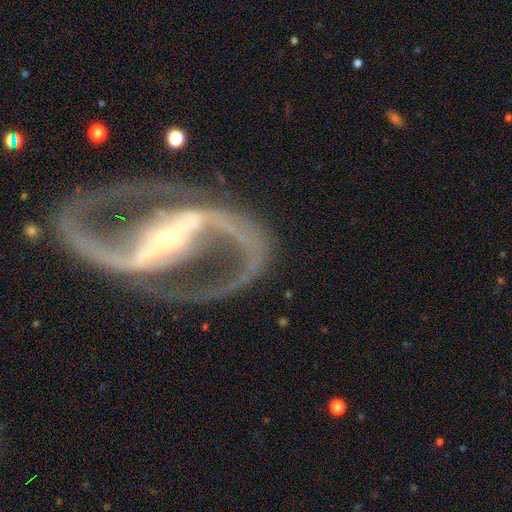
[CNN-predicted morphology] A featured or disk galaxy (93%) with a strong bar (78%), 2 (94%) medium (57%) spiral arms (96%) and a small central bulge (78%).

Vote fractions:
- Smooth or featured? featured or disk: 93% / star or artifact: 5% / smooth: 3%
- Edge-on disk? no: 96% / yes: 4%
- Bar? strong: 78% / weak: 14% / no: 8%
- Spiral arms? yes: 96% / no: 4%
- Spiral winding? medium: 57% / loose: 28% / tight: 16%
- Spiral arm count? 2: 94% / can't tell: 1% / 1: 1% / 3: 1% / 4: 1% / more than 4: 1%
- Bulge size? small: 78% / moderate: 17% / large: 2% / none: 1% / dominant: 1%
- Merging? none: 80% / minor disturbance: 9% / major disturbance: 8% / merger: 3%